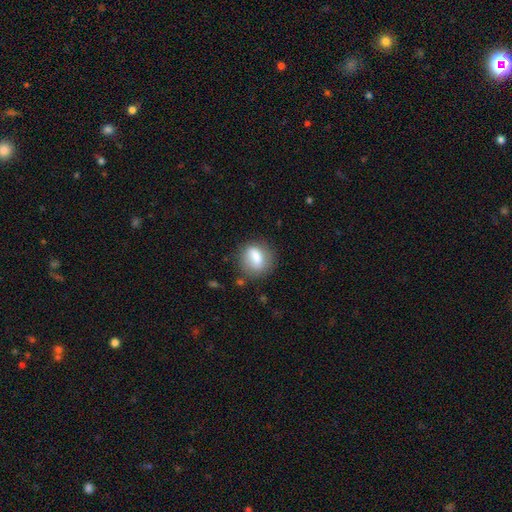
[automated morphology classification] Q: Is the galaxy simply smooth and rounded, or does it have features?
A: smooth — 75%.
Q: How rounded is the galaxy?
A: in between — 48%.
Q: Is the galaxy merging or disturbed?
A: none — 69%.